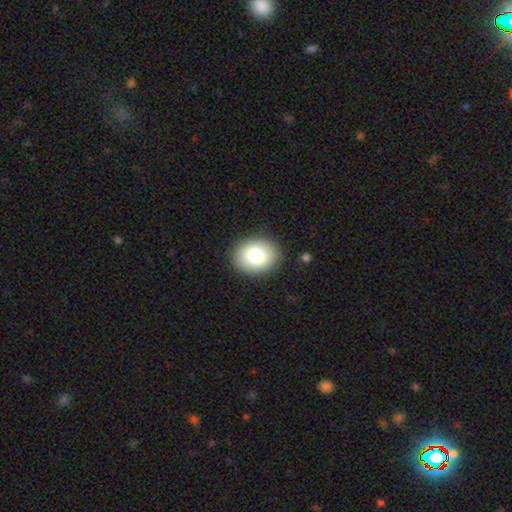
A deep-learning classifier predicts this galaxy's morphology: Smooth or featured? smooth (80%)
How rounded? in between (52%)
Merging? none (89%)